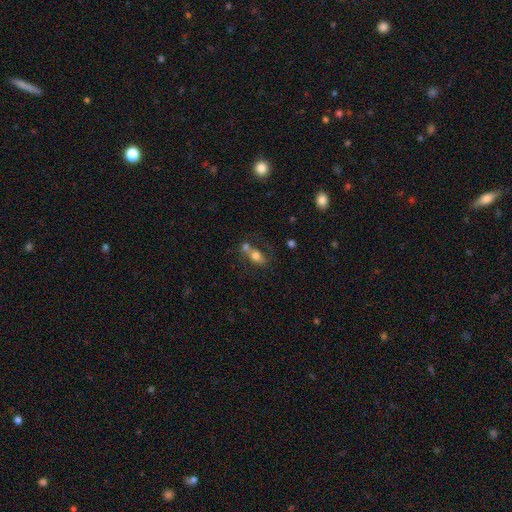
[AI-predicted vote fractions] Smooth or featured? smooth (66%)
How rounded? in between (75%)
Merging? merger (50%)